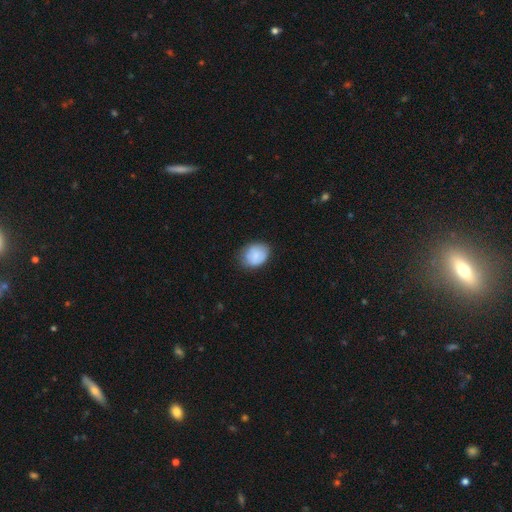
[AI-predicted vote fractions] Smooth or featured?
  - smooth: 79% *
  - featured or disk: 14%
  - star or artifact: 7%
How rounded?
  - round: 51% *
  - in between: 48%
  - cigar-shaped: 1%
Merging?
  - none: 74% *
  - minor disturbance: 20%
  - major disturbance: 4%
  - merger: 1%